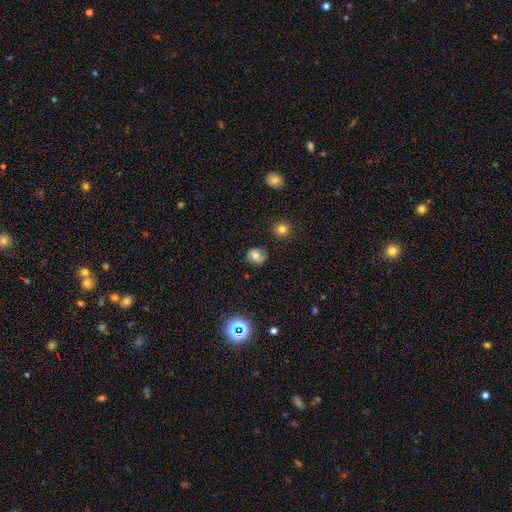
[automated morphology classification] type=smooth (60%); roundness=round (69%); merging=none (76%).